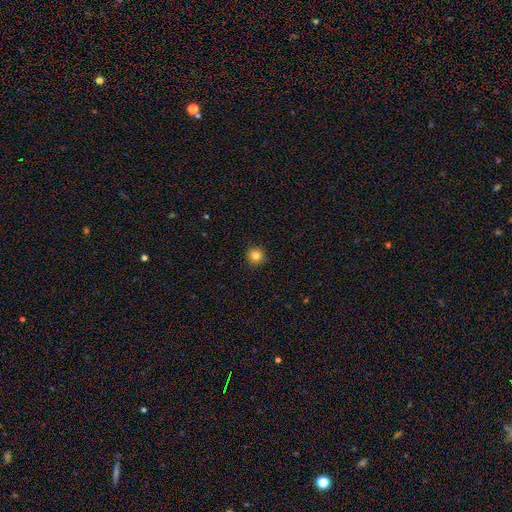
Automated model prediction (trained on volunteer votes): Morphology: type=smooth (82%); roundness=round (95%); merging=none (93%).